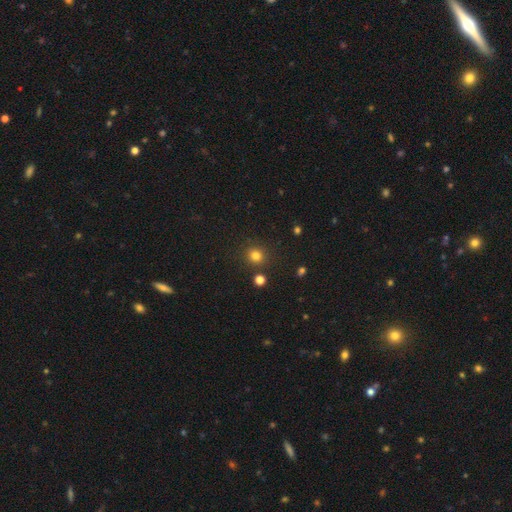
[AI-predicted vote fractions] Q: Smooth or featured?
A: smooth (80%); runner-up: star or artifact (15%)
Q: How rounded?
A: round (88%); runner-up: in between (11%)
Q: Merging?
A: none (85%); runner-up: minor disturbance (7%)